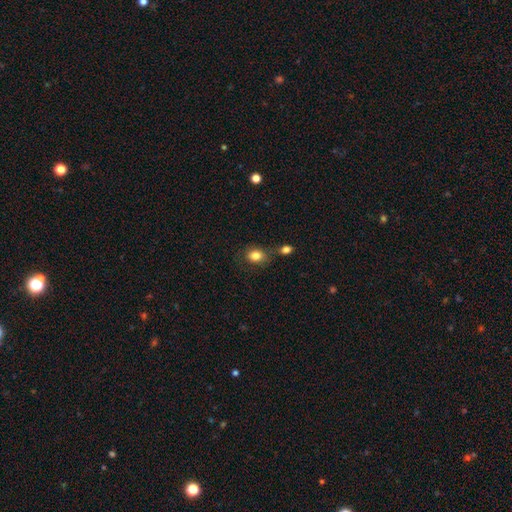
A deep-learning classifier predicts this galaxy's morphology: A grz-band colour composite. It shows a smooth galaxy with no disk features (84%) that is in between round and cigar-shaped (60%). Merging: none (64%).